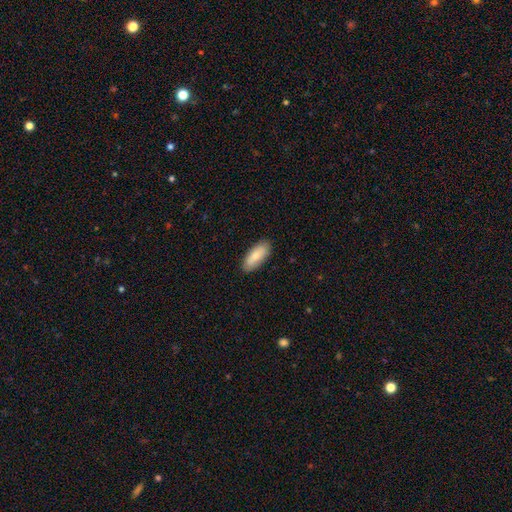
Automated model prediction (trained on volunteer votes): A smooth galaxy with no disk features (82%) that is in between round and cigar-shaped (81%).

Vote fractions:
- Smooth or featured? smooth: 82% / featured or disk: 13% / star or artifact: 5%
- How rounded? in between: 81% / cigar-shaped: 17% / round: 2%
- Merging? none: 88% / minor disturbance: 9% / major disturbance: 2% / merger: 1%